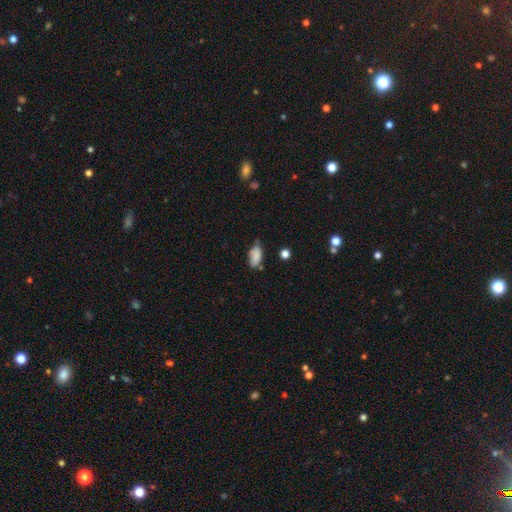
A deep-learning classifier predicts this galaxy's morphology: smooth-or-featured: smooth: 81% | featured or disk: 11% | star or artifact: 9%
  how-rounded: in between: 90% | cigar-shaped: 6% | round: 4%
  merging: none: 53% | minor disturbance: 34% | major disturbance: 7% | merger: 5%